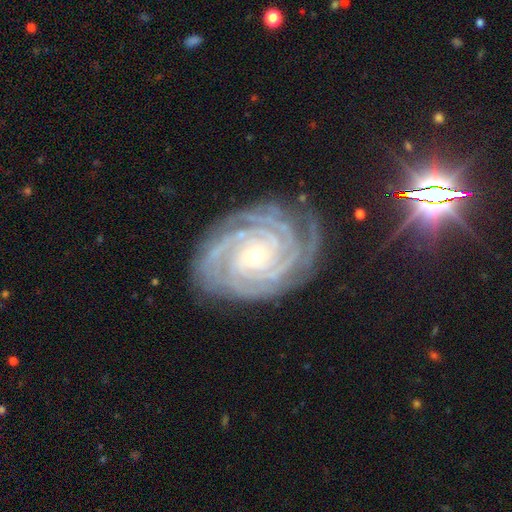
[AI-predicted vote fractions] Morphology: type=featured or disk (91%); edge-on=no (97%); bar=no (74%); spiral arms=yes (99%); winding=tight (85%); arm count=4 (33%); bulge=small (77%); merging=none (78%).